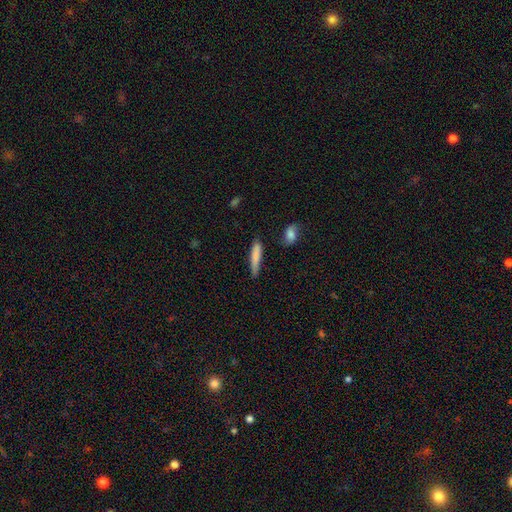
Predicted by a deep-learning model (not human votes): This appears to be a smooth galaxy with no disk features (80%) that is cigar-shaped (85%). Merging: none (68%).